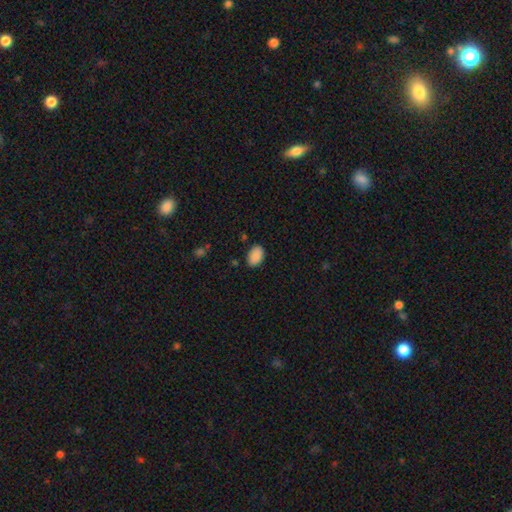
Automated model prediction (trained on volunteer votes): Smooth or featured? Predicted: smooth (p=0.90). How rounded? Predicted: in between (p=0.88). Merging? Predicted: none (p=0.85).